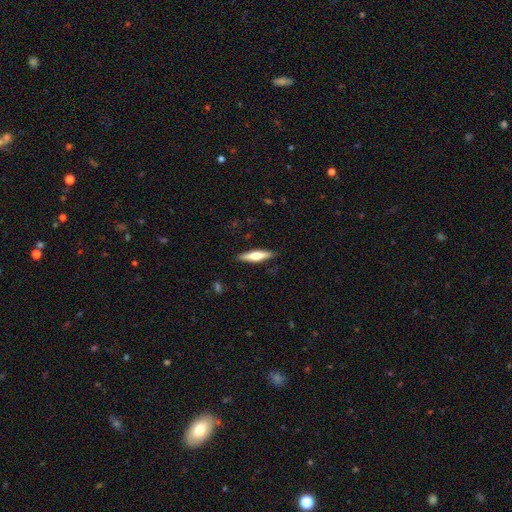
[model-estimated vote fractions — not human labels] Smooth or featured?
  - smooth: 54% *
  - featured or disk: 40%
  - star or artifact: 6%
How rounded?
  - cigar-shaped: 79% *
  - in between: 19%
  - round: 2%
Merging?
  - none: 88% *
  - minor disturbance: 9%
  - major disturbance: 2%
  - merger: 1%